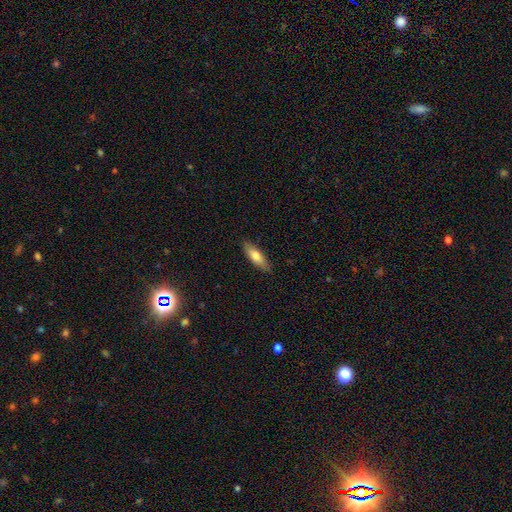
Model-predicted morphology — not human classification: Smooth or featured? Predicted: smooth (p=0.71). How rounded? Predicted: in between (p=0.53). Merging? Predicted: none (p=0.86).